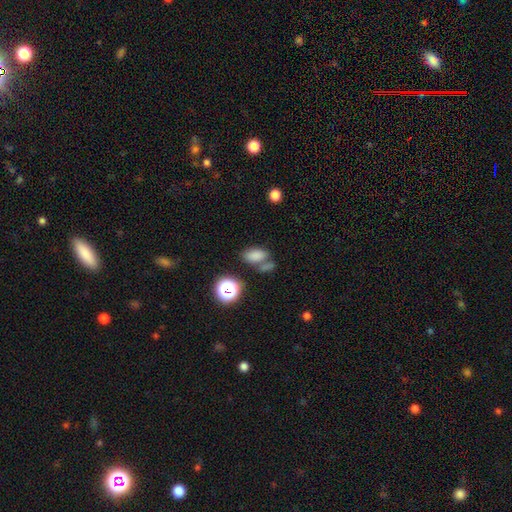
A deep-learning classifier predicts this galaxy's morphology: A smooth galaxy with no disk features (79%) that is in between round and cigar-shaped (86%).

Vote fractions:
- Smooth or featured? smooth: 79% / star or artifact: 14% / featured or disk: 7%
- How rounded? in between: 86% / round: 10% / cigar-shaped: 3%
- Merging? none: 55% / merger: 26% / minor disturbance: 14% / major disturbance: 6%